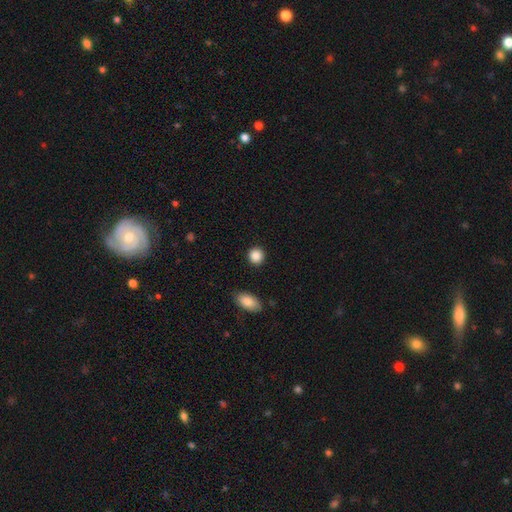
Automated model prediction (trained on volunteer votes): A smooth galaxy with no disk features (89%) that is round (88%).

Vote fractions:
- Smooth or featured? smooth: 89% / star or artifact: 8% / featured or disk: 3%
- How rounded? round: 88% / in between: 11% / cigar-shaped: 1%
- Merging? none: 90% / minor disturbance: 6% / major disturbance: 2% / merger: 2%